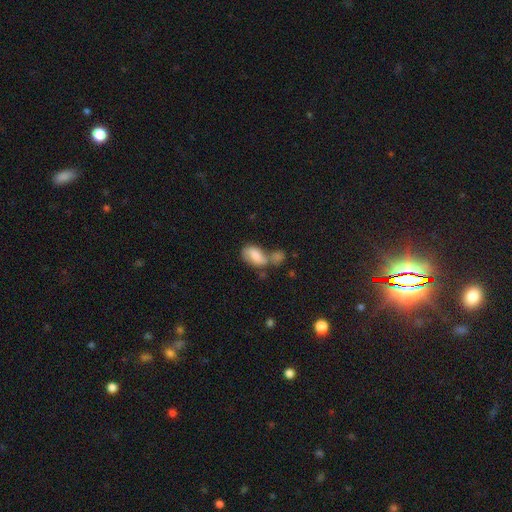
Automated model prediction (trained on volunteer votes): A smooth galaxy with no disk features (62%) that is in between round and cigar-shaped (89%).

Vote fractions:
- Smooth or featured? smooth: 62% / featured or disk: 29% / star or artifact: 9%
- How rounded? in between: 89% / round: 8% / cigar-shaped: 3%
- Merging? merger: 48% / none: 26% / minor disturbance: 15% / major disturbance: 10%